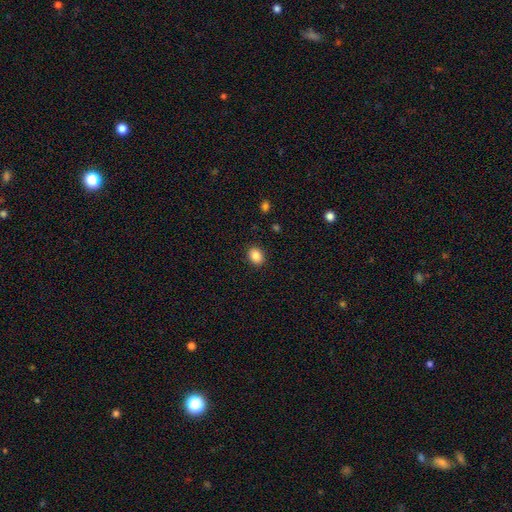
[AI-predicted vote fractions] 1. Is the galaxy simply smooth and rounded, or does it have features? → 86% smooth, 9% star or artifact, 5% featured or disk.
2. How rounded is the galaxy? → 54% in between, 45% round, 1% cigar-shaped.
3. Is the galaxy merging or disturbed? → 89% none, 7% minor disturbance, 2% major disturbance, 1% merger.